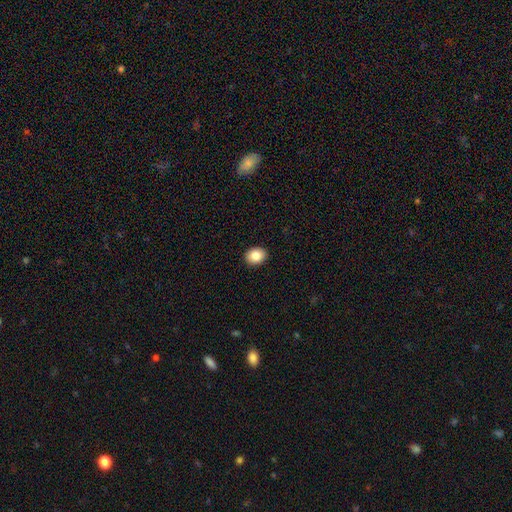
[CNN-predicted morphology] Smooth or featured: smooth — 85% (star or artifact — 8%)
How rounded: in between — 52% (round — 47%)
Merging: none — 91% (minor disturbance — 6%)